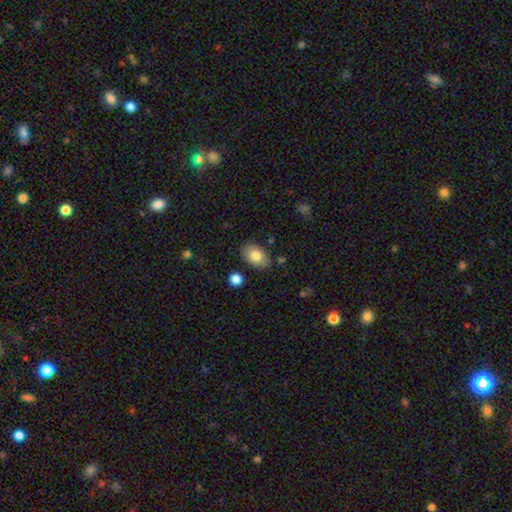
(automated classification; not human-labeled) Overall: smooth (80%). How rounded: in between (86%). Merging: none (82%).